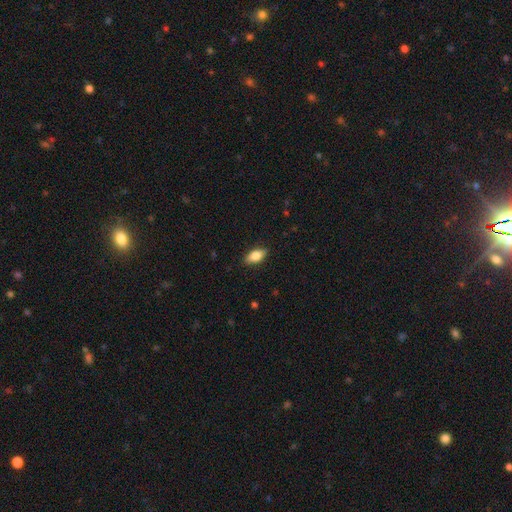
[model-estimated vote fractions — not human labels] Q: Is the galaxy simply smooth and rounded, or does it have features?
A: smooth — 80%.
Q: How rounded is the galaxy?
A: in between — 87%.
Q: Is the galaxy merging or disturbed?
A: none — 88%.